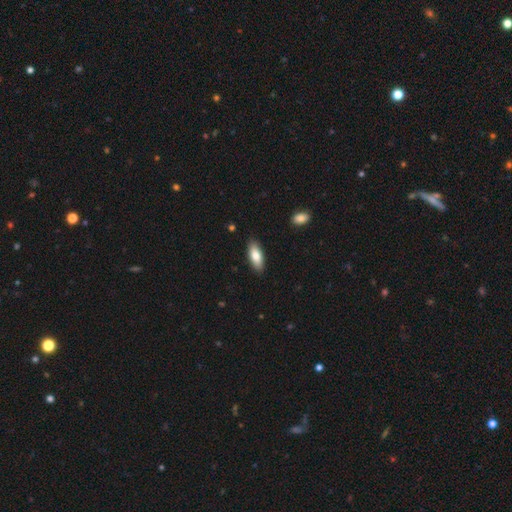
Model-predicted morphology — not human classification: A smooth galaxy with no disk features (79%) that is in between round and cigar-shaped (76%). Merging: none (88%).